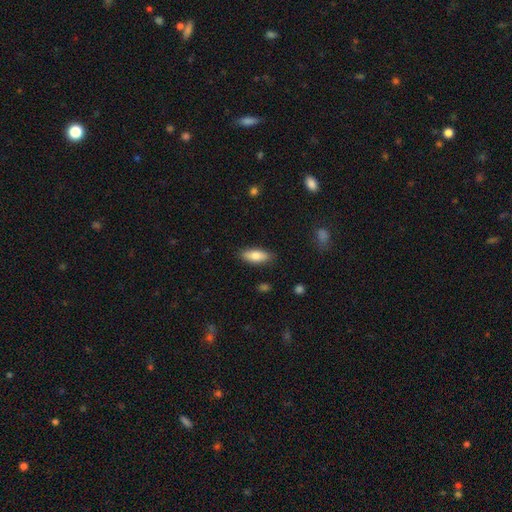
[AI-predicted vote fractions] Smooth or featured? Predicted: smooth (p=0.77). How rounded? Predicted: in between (p=0.76). Merging? Predicted: none (p=0.86).